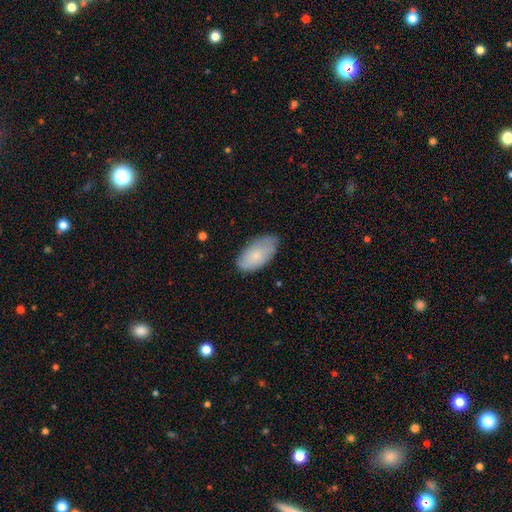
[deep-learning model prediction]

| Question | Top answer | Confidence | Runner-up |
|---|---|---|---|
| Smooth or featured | smooth | 78% | featured or disk (16%) |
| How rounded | in between | 95% | cigar-shaped (3%) |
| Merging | none | 73% | minor disturbance (22%) |